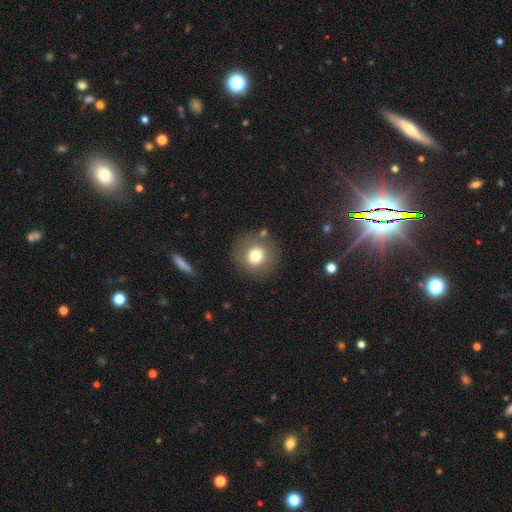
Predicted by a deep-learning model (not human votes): This appears to be a smooth galaxy with no disk features (74%) that is round (92%). Merging: none (83%).